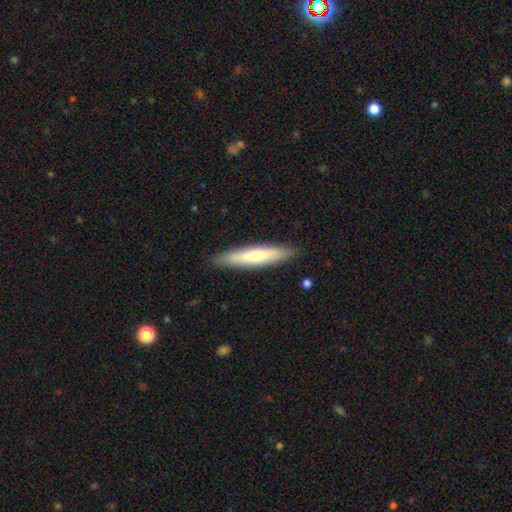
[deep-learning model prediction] Morphology: type=smooth (61%); roundness=cigar-shaped (88%); merging=none (89%).